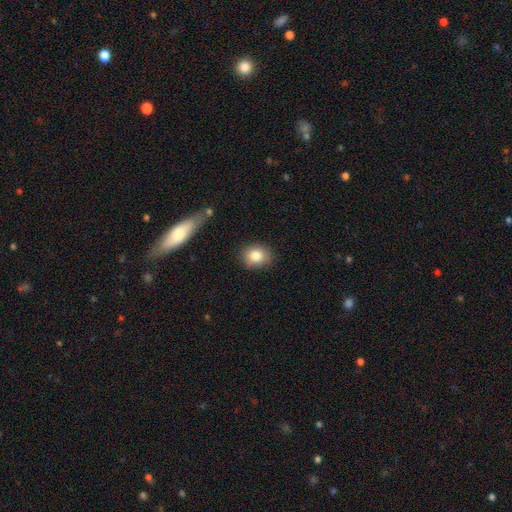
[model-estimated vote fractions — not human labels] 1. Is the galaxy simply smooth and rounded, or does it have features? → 82% smooth, 9% star or artifact, 9% featured or disk.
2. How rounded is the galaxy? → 61% round, 38% in between, 1% cigar-shaped.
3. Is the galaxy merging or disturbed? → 83% none, 13% minor disturbance, 3% major disturbance, 2% merger.